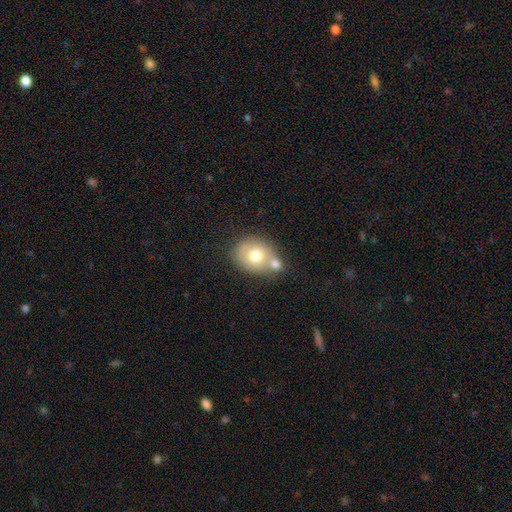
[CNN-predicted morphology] Smooth or featured?
  - smooth: 69% *
  - featured or disk: 23%
  - star or artifact: 8%
How rounded?
  - round: 57% *
  - in between: 42%
  - cigar-shaped: 1%
Merging?
  - merger: 41% * (tied)
  - none: 41% * (tied)
  - minor disturbance: 14%
  - major disturbance: 5%